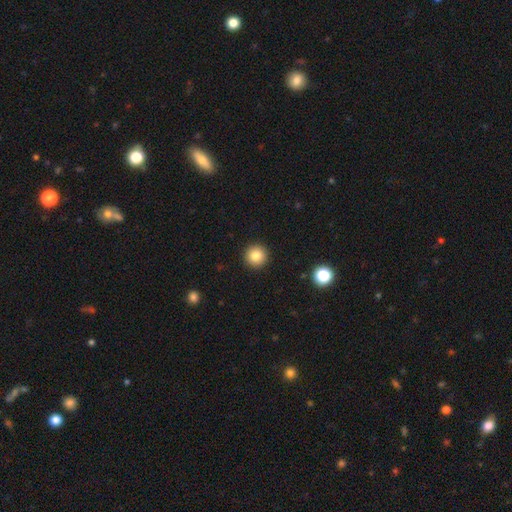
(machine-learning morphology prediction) type=smooth (82%); roundness=round (96%); merging=none (93%).